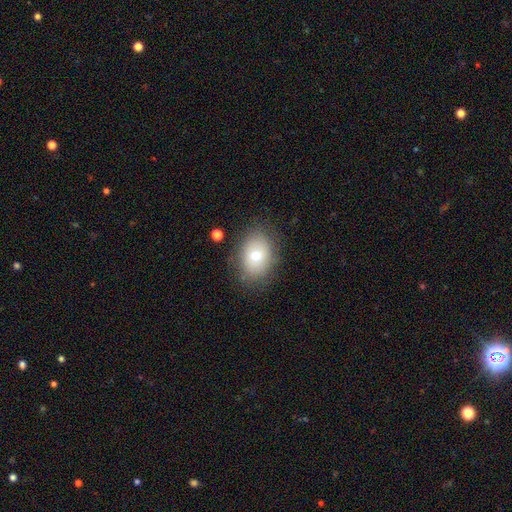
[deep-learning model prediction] Smooth or featured?
  - smooth: 70% *
  - featured or disk: 19%
  - star or artifact: 11%
How rounded?
  - in between: 67% *
  - round: 32%
  - cigar-shaped: 1%
Merging?
  - none: 80% *
  - minor disturbance: 13%
  - major disturbance: 5%
  - merger: 2%